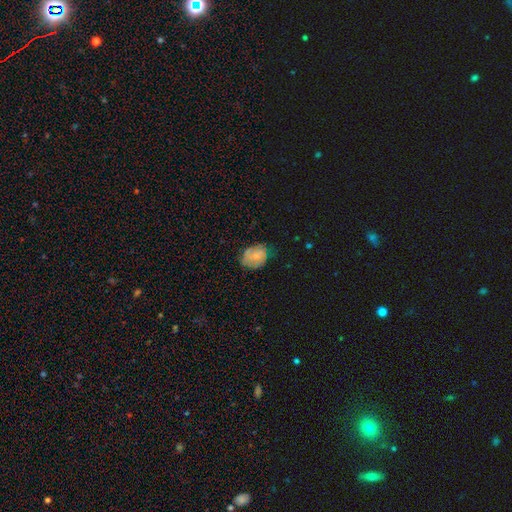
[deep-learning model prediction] smooth_or_featured: smooth (p=0.50) [alt: featured or disk p=0.42]
merging: none (p=0.63) [alt: minor disturbance p=0.28]